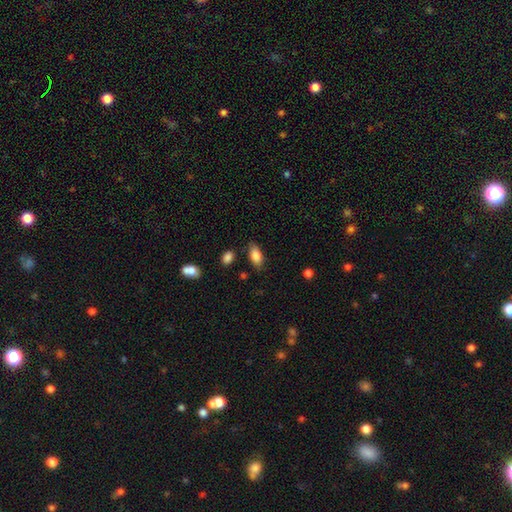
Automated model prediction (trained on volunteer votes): Overall: smooth (85%). How rounded: in between (90%). Merging: none (78%).